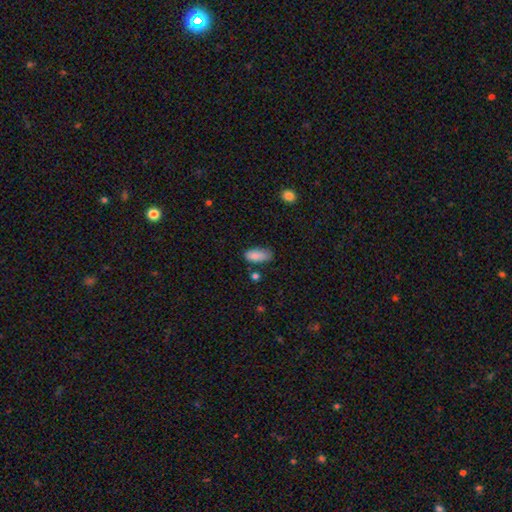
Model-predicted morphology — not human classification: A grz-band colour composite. It shows a smooth galaxy with no disk features (86%) that is in between round and cigar-shaped (88%). Merging: none (59%).